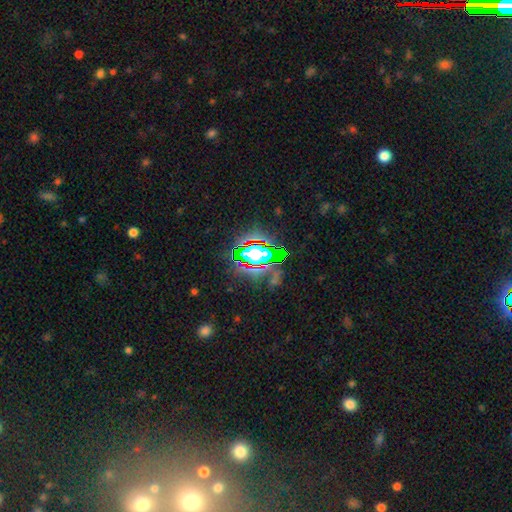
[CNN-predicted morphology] The model was most divided on "smooth or featured": star or artifact: 65%, smooth: 19%, featured or disk: 15%.